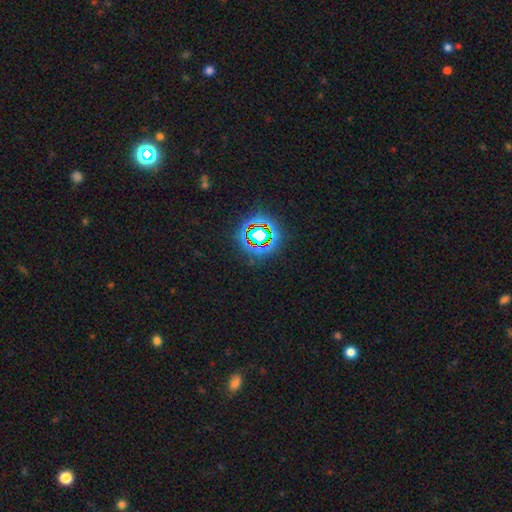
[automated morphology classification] star or artifact 69%, smooth 21%, featured or disk 10%.